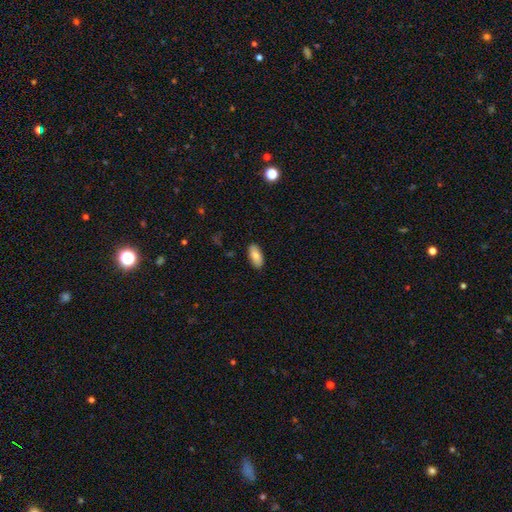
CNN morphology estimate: smooth-or-featured: smooth: 82% | featured or disk: 11% | star or artifact: 6%
  how-rounded: in between: 91% | cigar-shaped: 7% | round: 2%
  merging: none: 89% | minor disturbance: 8% | major disturbance: 2% | merger: 1%